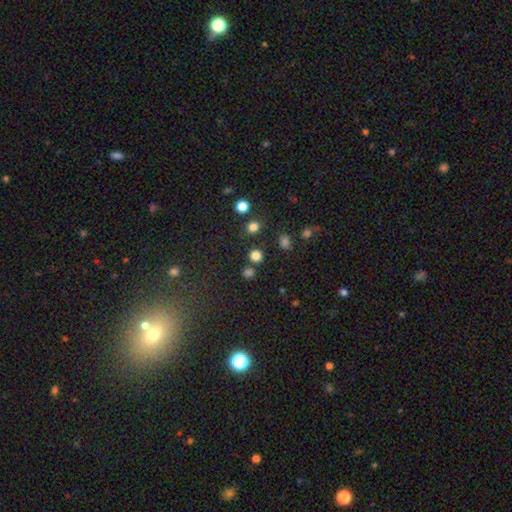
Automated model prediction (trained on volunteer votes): This appears to be a smooth galaxy with no disk features (79%) that is round (88%). Merging: none (80%).